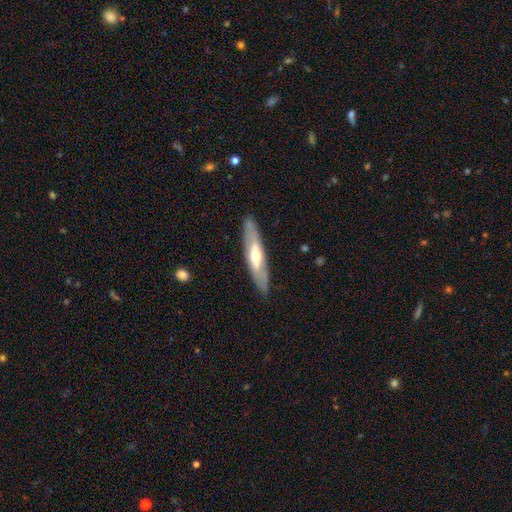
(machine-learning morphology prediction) This appears to be a featured or disk galaxy (59%) viewed edge-on (59%). Merging: none (85%).